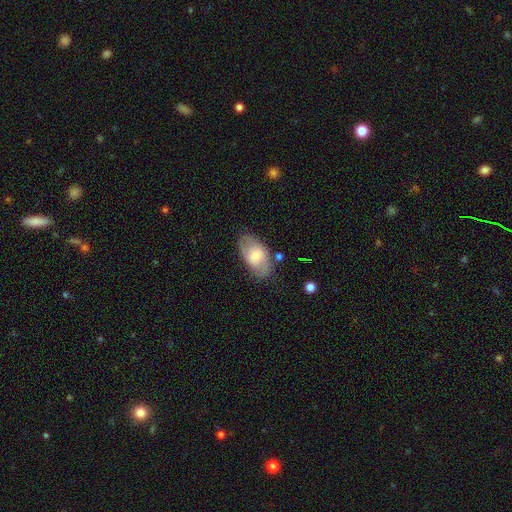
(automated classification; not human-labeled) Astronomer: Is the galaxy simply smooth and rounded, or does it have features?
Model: smooth — 63%.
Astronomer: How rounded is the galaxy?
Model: in between — 93%.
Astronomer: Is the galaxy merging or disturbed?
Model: none — 71%.